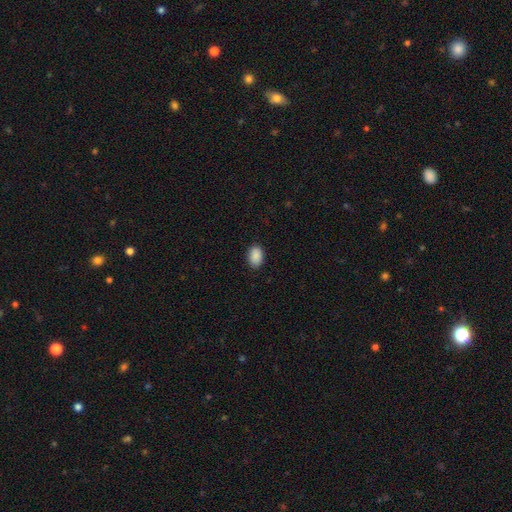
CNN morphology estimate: smooth-or-featured: smooth: 90% | star or artifact: 7% | featured or disk: 3%
  how-rounded: in between: 86% | round: 13% | cigar-shaped: 1%
  merging: none: 88% | minor disturbance: 9% | major disturbance: 2% | merger: 1%